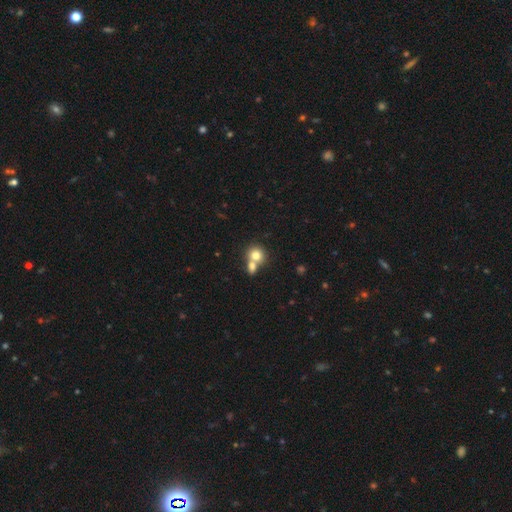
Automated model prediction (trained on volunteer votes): Morphology: type=smooth (76%); roundness=round (77%); merging=merger (57%).